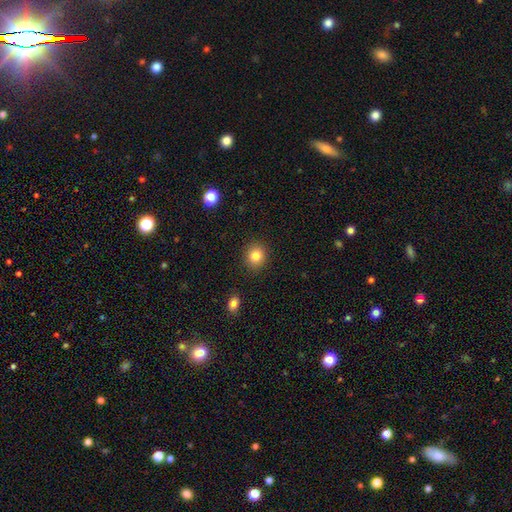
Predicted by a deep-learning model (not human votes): Q: Smooth or featured?
A: smooth (84%); runner-up: star or artifact (10%)
Q: How rounded?
A: round (83%); runner-up: in between (17%)
Q: Merging?
A: none (89%); runner-up: minor disturbance (7%)